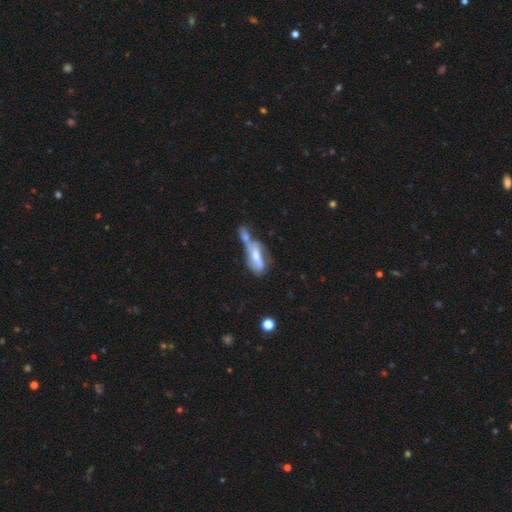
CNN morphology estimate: The model was most divided on "smooth or featured": featured or disk: 49%, smooth: 44%, star or artifact: 8%. More confident: merging — merger (57%).